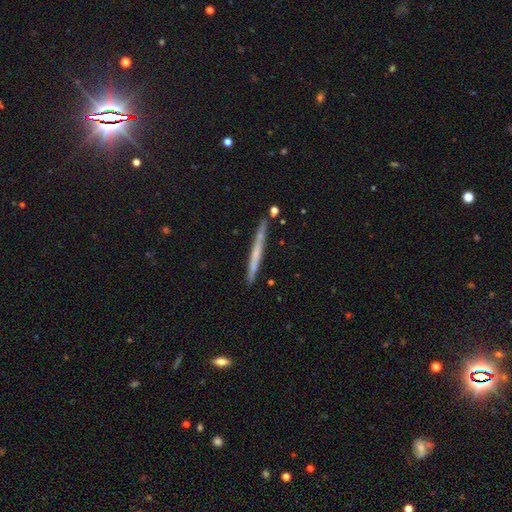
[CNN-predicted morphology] Q: Smooth or featured?
A: smooth (48%); runner-up: featured or disk (46%)
Q: Merging?
A: none (85%); runner-up: minor disturbance (11%)